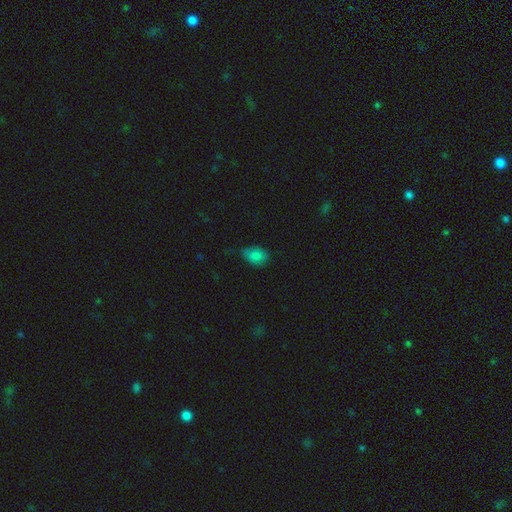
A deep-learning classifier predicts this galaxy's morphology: This is clearly a smooth galaxy (81%). How rounded: clearly in between (81%). Merging: possibly none (54%).